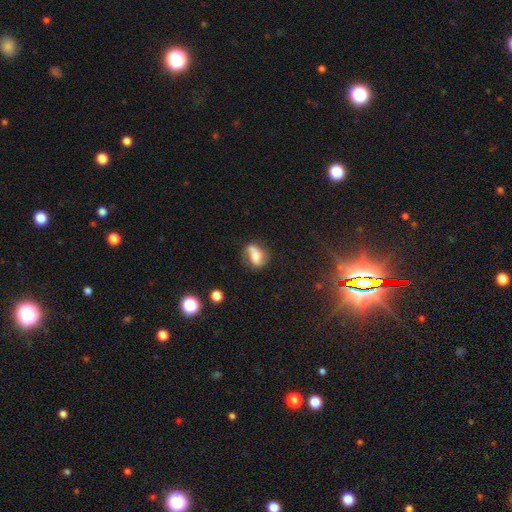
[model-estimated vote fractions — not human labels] featured or disk 46%, smooth 44%, star or artifact 10%. Down the decision tree: merging — none (50%).